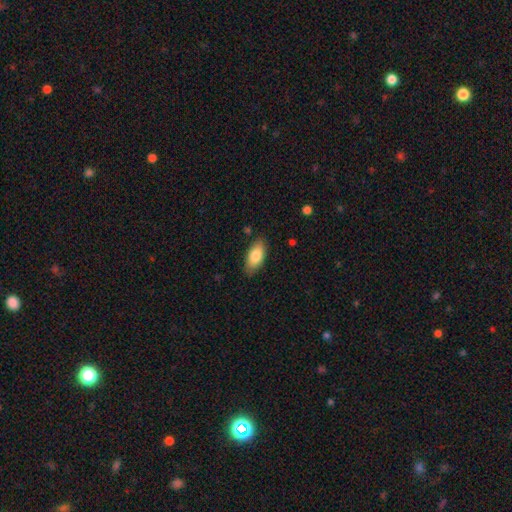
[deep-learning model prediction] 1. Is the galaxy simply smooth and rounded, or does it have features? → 80% smooth, 14% featured or disk, 6% star or artifact.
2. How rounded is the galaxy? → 89% in between, 8% cigar-shaped, 3% round.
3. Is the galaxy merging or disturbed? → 83% none, 13% minor disturbance, 2% major disturbance, 1% merger.